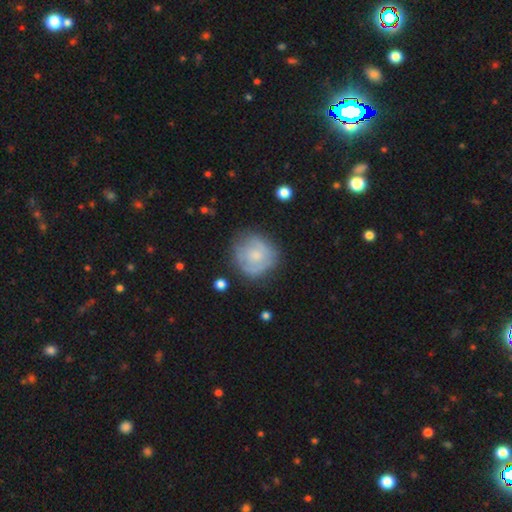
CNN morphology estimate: This appears to be a smooth galaxy with no disk features (47%). Merging: none (67%).